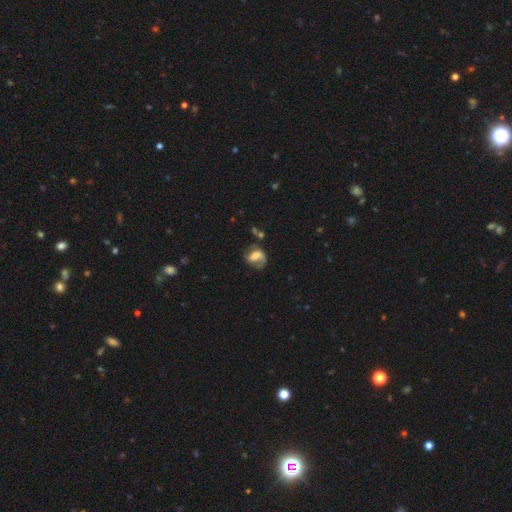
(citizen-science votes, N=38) Volunteers were most divided on "bar": weak: 50%, strong: 45%, no: 5%. Remaining: edge-on disk — no (95%); spiral arm count — 2 (88%); spiral arms — yes (80%); merging — none (65%); spiral winding — medium (62%); smooth or featured — featured or disk (55%); bulge size — moderate (45%).